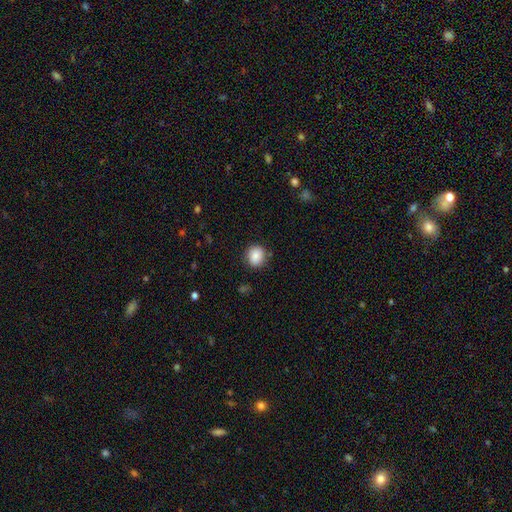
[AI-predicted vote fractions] Smooth or featured: smooth — 85% (star or artifact — 9%)
How rounded: round — 77% (in between — 23%)
Merging: none — 82% (minor disturbance — 12%)